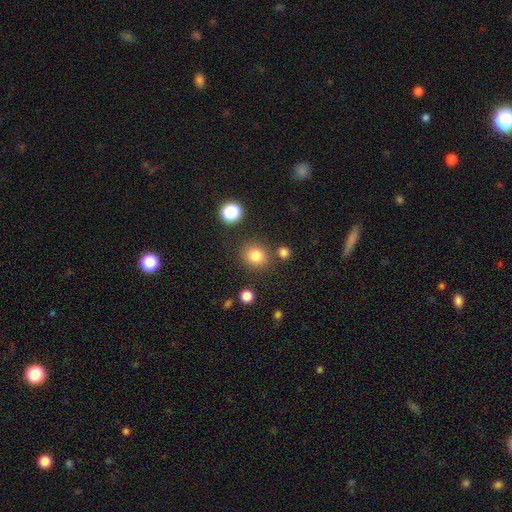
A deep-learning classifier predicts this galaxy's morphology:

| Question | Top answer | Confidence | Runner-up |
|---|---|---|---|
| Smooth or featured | smooth | 81% | star or artifact (13%) |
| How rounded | round | 82% | in between (17%) |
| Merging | none | 82% | minor disturbance (9%) |